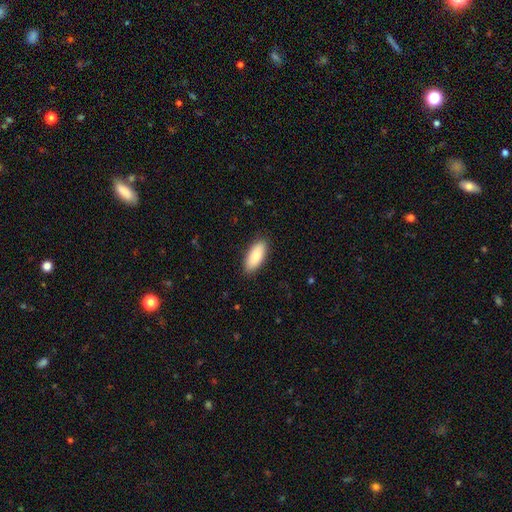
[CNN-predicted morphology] A smooth galaxy with no disk features (88%) that is in between round and cigar-shaped (83%).

Vote fractions:
- Smooth or featured? smooth: 88% / featured or disk: 6% / star or artifact: 6%
- How rounded? in between: 83% / cigar-shaped: 15% / round: 2%
- Merging? none: 87% / minor disturbance: 9% / major disturbance: 2% / merger: 1%